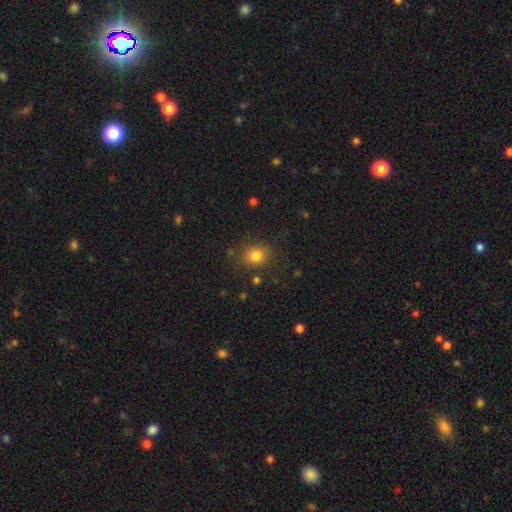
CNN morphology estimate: Q: Smooth or featured?
A: smooth (81%); runner-up: star or artifact (13%)
Q: How rounded?
A: round (69%); runner-up: in between (30%)
Q: Merging?
A: none (81%); runner-up: minor disturbance (11%)